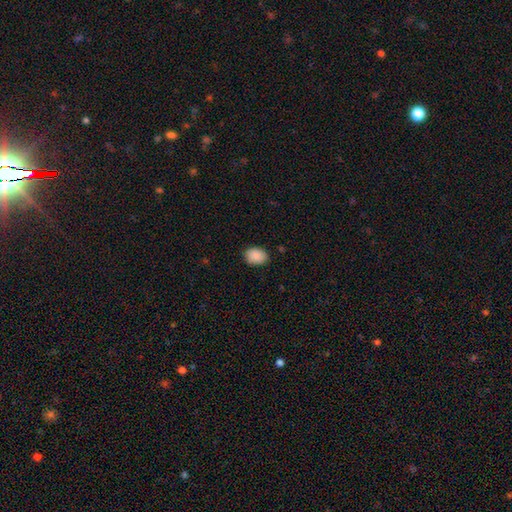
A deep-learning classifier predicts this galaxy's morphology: Smooth or featured?
  - smooth: 89% *
  - star or artifact: 7%
  - featured or disk: 4%
How rounded?
  - in between: 67% *
  - round: 33%
  - cigar-shaped: 1%
Merging?
  - none: 84% *
  - minor disturbance: 12%
  - major disturbance: 2%
  - merger: 1%